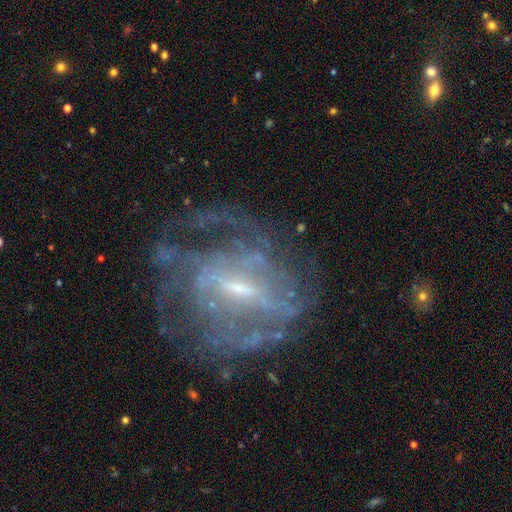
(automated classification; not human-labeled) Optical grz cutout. It shows a featured or disk galaxy (82%) with a weak bar (47%), medium (42%) spiral arms (79%) and a small central bulge (68%). Merging: none (52%).